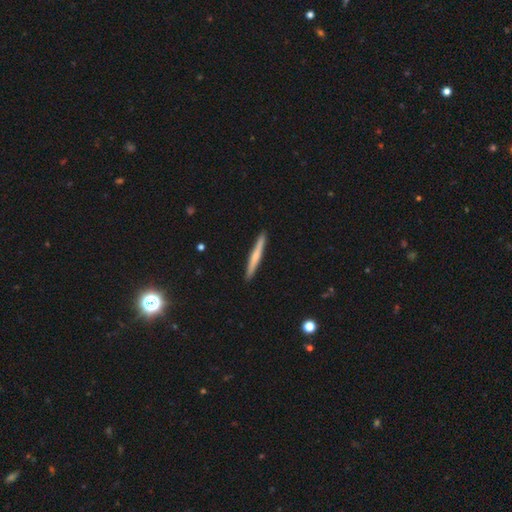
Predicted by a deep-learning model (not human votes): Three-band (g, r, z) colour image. It shows a smooth galaxy with no disk features (55%) that is cigar-shaped (96%). Merging: none (92%).